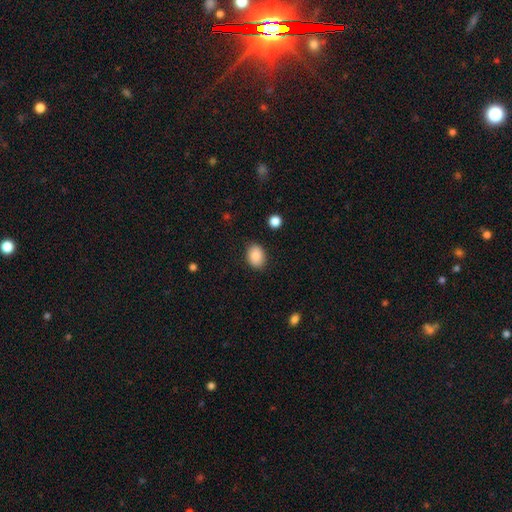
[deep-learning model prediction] Morphology: type=smooth (87%); roundness=in between (69%); merging=none (86%).